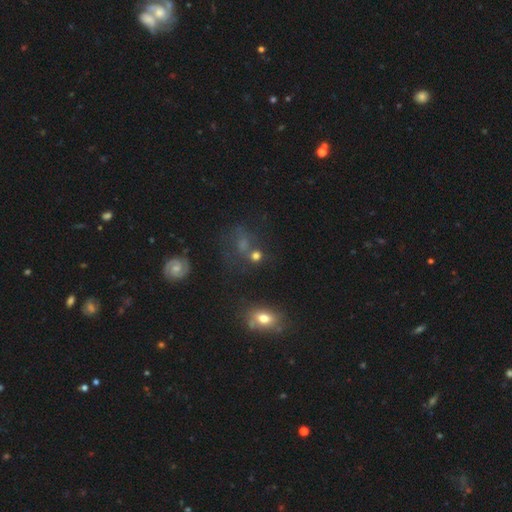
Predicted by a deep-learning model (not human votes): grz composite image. It shows a smooth galaxy with no disk features (62%) that is round (77%). Merging: none (51%).